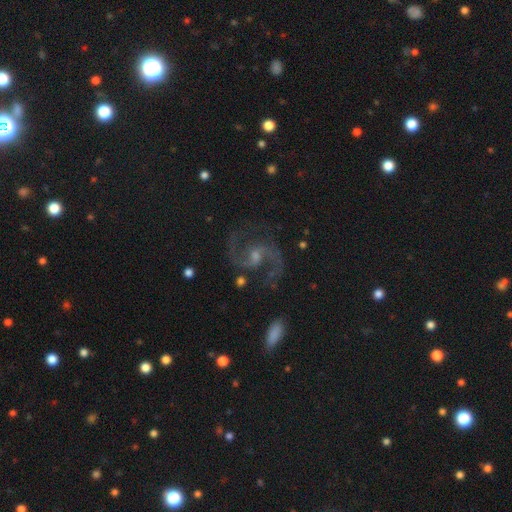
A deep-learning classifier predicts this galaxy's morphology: featured or disk 90%, star or artifact 6%, smooth 4%. Down the decision tree: edge-on disk — no (98%); bar — weak (49%); spiral arms — yes (98%); spiral arm count — 2 (93%); spiral winding — medium (60%); bulge size — small (48%); merging — none (78%).